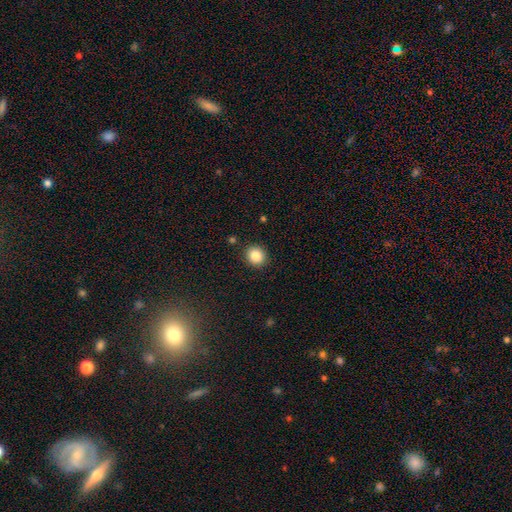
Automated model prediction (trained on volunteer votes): Smooth or featured? Predicted: smooth (p=0.86). How rounded? Predicted: round (p=0.84). Merging? Predicted: none (p=0.90).